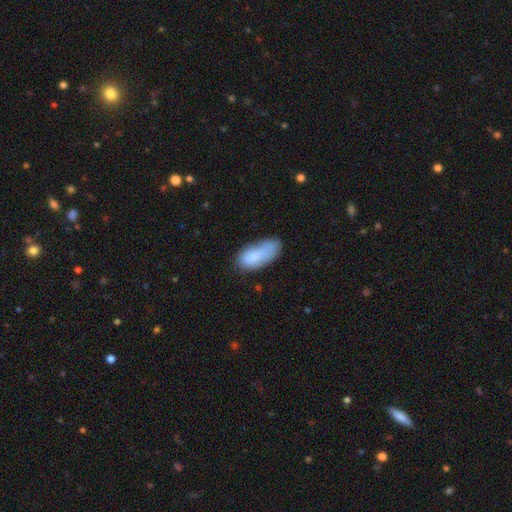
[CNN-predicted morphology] Overall: smooth (82%). How rounded: in between (88%). Merging: none (48%; minor disturbance 33%).